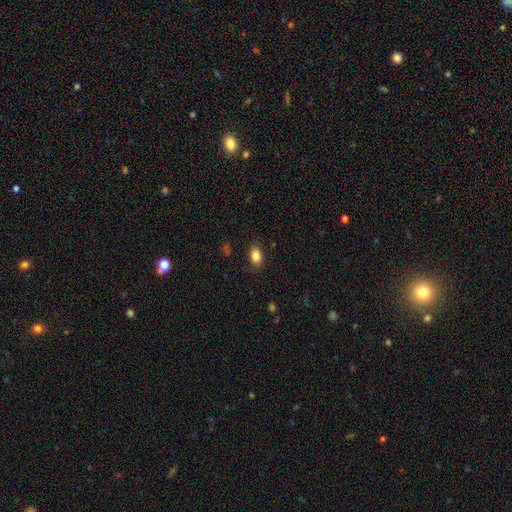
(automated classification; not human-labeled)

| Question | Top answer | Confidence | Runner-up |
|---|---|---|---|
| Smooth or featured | smooth | 86% | star or artifact (8%) |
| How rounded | in between | 87% | round (12%) |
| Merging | none | 82% | minor disturbance (13%) |